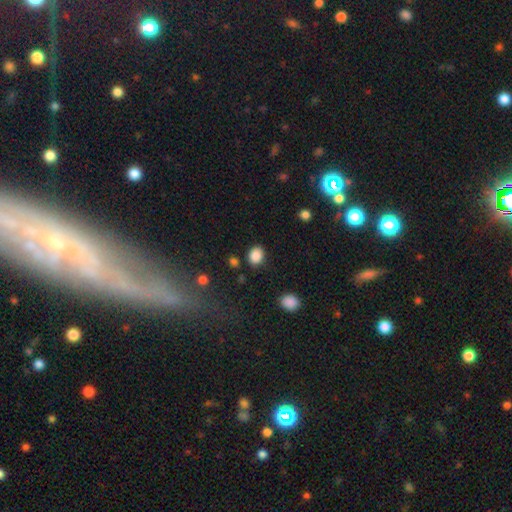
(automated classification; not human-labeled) Smooth or featured?
  - smooth: 87% *
  - star or artifact: 9%
  - featured or disk: 4%
How rounded?
  - round: 52% *
  - in between: 47%
  - cigar-shaped: 1%
Merging?
  - none: 82% *
  - minor disturbance: 11%
  - major disturbance: 3%
  - merger: 3%